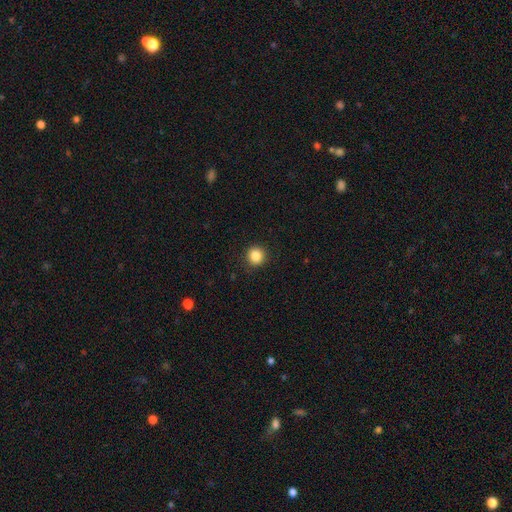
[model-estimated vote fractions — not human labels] This appears to be a smooth galaxy with no disk features (86%) that is round (93%). Merging: none (92%).